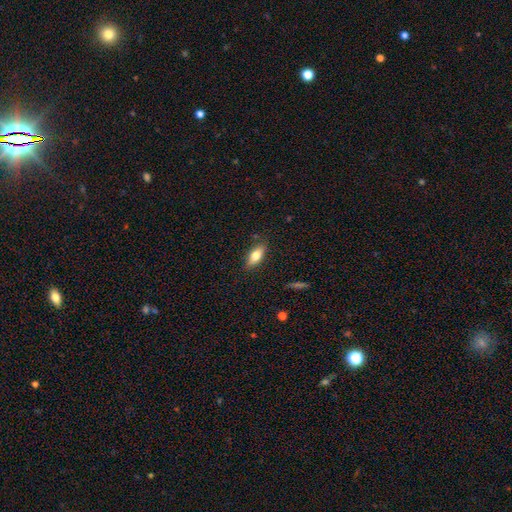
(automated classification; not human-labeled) The model was most divided on "smooth or featured": smooth: 74%, featured or disk: 18%, star or artifact: 7%. More confident: merging — none (85%); how rounded — in between (79%).